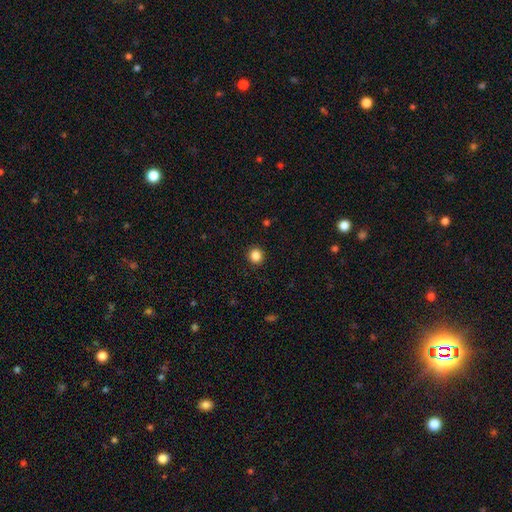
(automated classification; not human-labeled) smooth 86%, star or artifact 11%, featured or disk 3%. Down the decision tree: how rounded — round (91%); merging — none (92%).